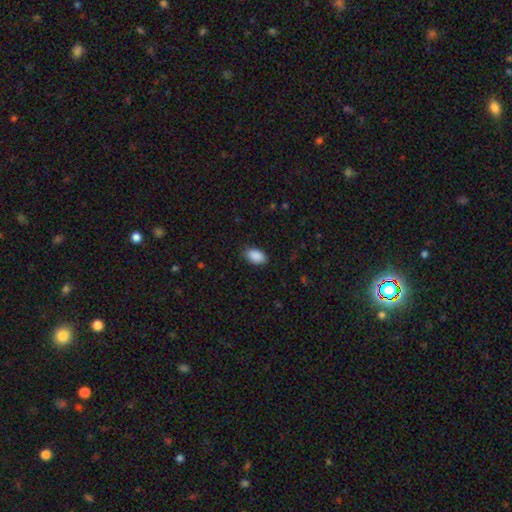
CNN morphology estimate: A smooth galaxy with no disk features (90%) that is in between round and cigar-shaped (92%).

Vote fractions:
- Smooth or featured? smooth: 90% / star or artifact: 7% / featured or disk: 3%
- How rounded? in between: 92% / round: 7% / cigar-shaped: 1%
- Merging? none: 86% / minor disturbance: 10% / major disturbance: 2% / merger: 1%